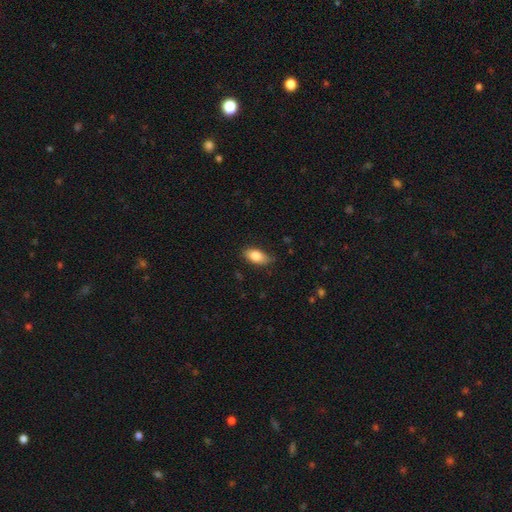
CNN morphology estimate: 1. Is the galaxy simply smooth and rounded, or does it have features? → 82% smooth, 11% featured or disk, 7% star or artifact.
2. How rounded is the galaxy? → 90% in between, 6% cigar-shaped, 4% round.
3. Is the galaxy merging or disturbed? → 75% none, 20% minor disturbance, 3% major disturbance, 1% merger.